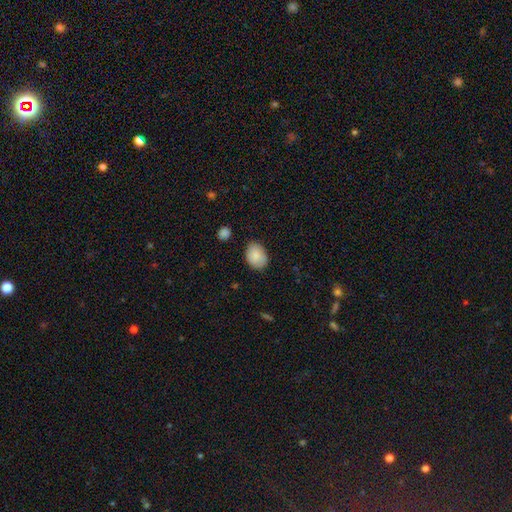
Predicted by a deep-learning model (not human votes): smooth 88%, star or artifact 7%, featured or disk 6%. Down the decision tree: how rounded — in between (72%); merging — none (81%).